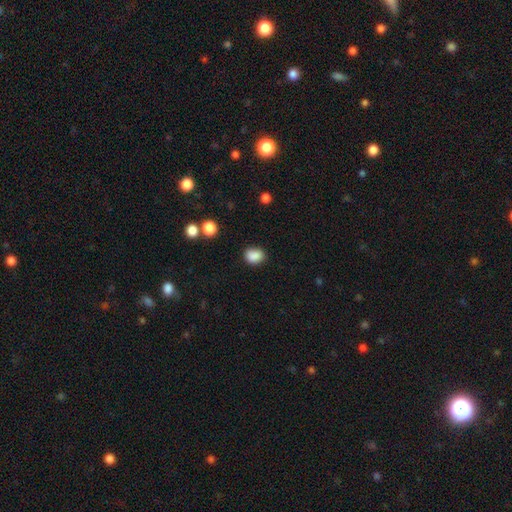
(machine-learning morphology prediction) Smooth or featured: smooth — 87% (star or artifact — 10%)
How rounded: in between — 54% (round — 45%)
Merging: none — 80% (minor disturbance — 14%)